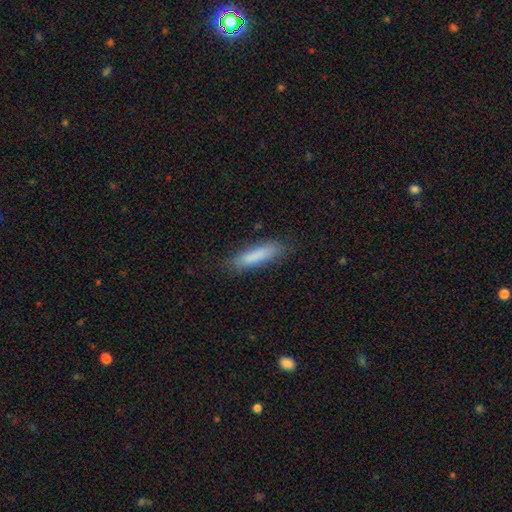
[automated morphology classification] Smooth or featured? Predicted: smooth (p=0.84). How rounded? Predicted: cigar-shaped (p=0.73). Merging? Predicted: none (p=0.83).